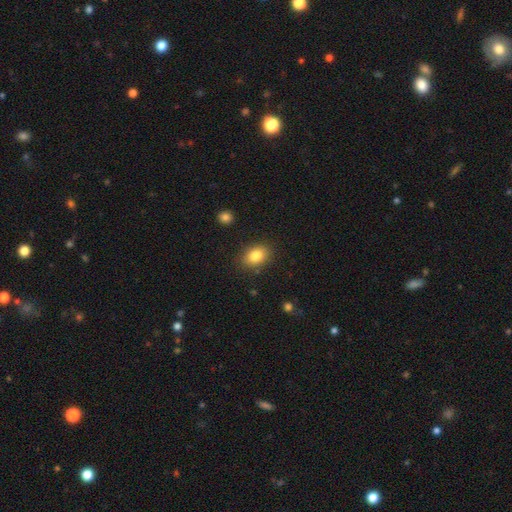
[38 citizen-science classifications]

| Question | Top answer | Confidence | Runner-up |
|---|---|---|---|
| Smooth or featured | smooth | 84% | featured or disk (11%) |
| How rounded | in between | 84% | round (16%) |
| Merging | none | 94% | minor disturbance (6%) |